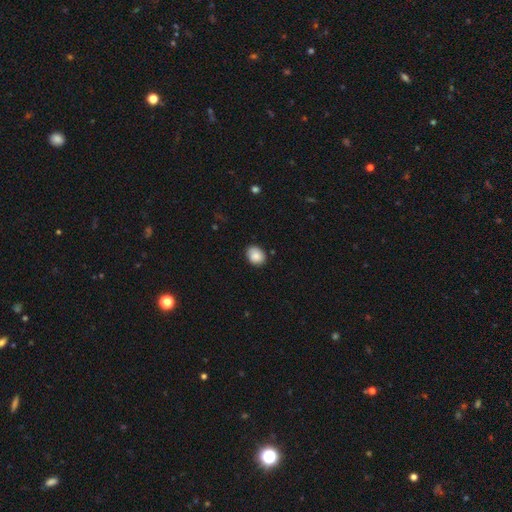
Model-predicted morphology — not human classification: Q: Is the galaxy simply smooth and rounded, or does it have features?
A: smooth — 87%.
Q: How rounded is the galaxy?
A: in between — 56%.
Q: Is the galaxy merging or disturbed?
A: none — 81%.